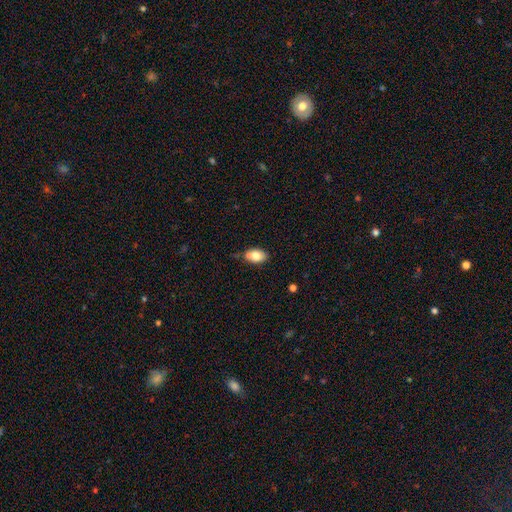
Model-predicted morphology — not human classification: type=smooth (77%); roundness=in between (86%); merging=none (56%).